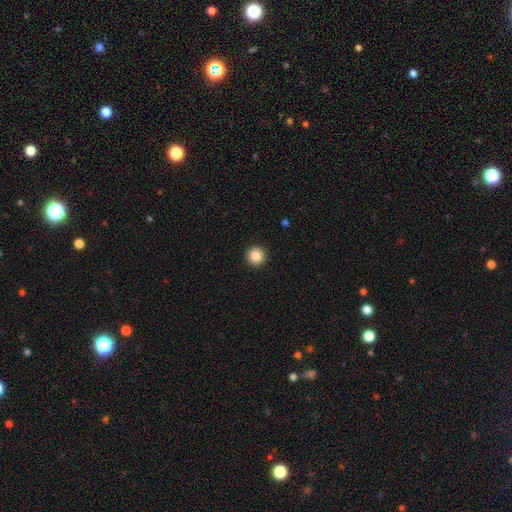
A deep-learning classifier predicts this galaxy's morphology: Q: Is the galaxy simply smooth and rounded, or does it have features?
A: smooth — 86%.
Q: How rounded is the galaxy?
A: round — 96%.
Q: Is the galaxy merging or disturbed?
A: none — 94%.